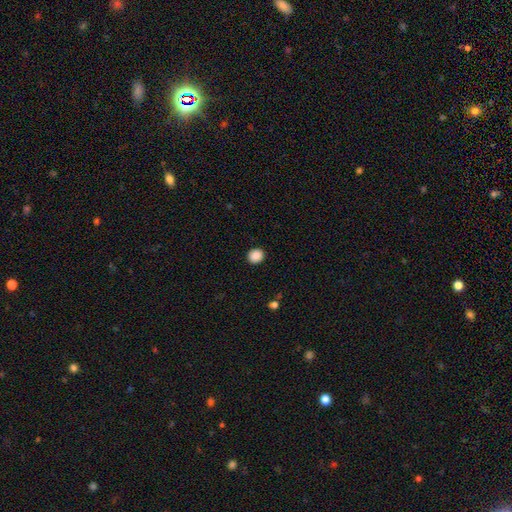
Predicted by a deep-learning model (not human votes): This is clearly a smooth galaxy (89%). How rounded: clearly round (82%). Merging: clearly none (92%).